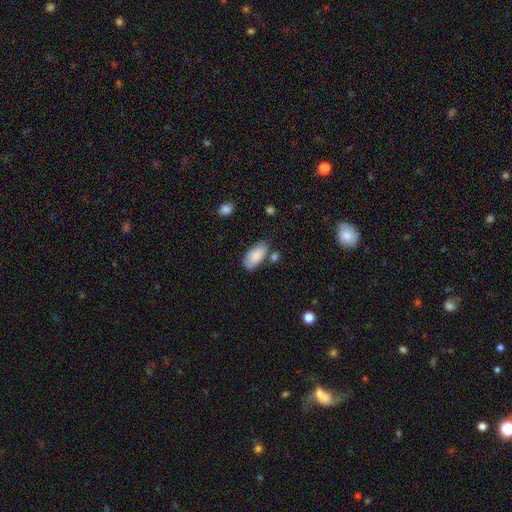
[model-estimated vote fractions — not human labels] Overall: smooth (84%). How rounded: in between (94%). Merging: none (61%; minor disturbance 22%).